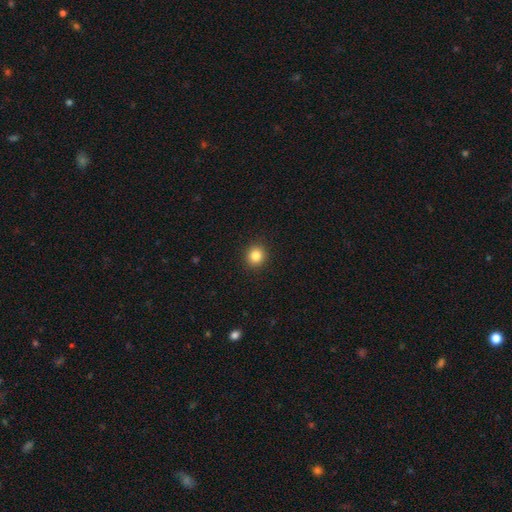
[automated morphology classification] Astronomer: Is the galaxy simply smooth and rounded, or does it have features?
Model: smooth — 84%.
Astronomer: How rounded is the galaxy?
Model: round — 87%.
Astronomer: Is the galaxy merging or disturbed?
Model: none — 92%.